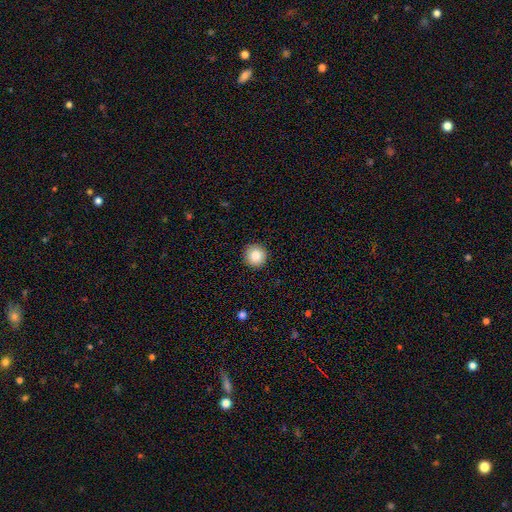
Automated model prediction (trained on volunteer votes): This appears to be a smooth galaxy with no disk features (87%) that is round (94%). Merging: none (92%).